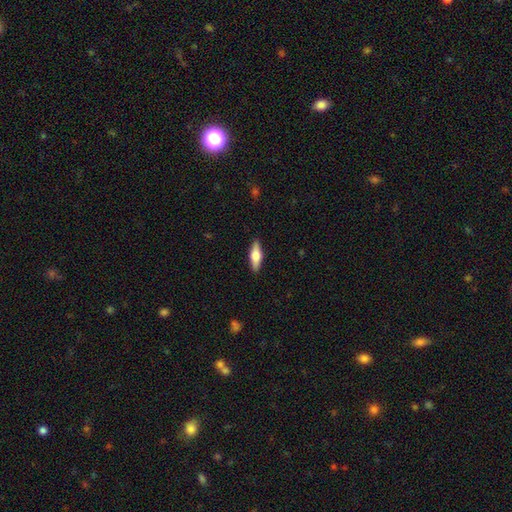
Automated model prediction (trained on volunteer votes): This is possibly a smooth galaxy (55%). How rounded: possibly in between (51%). Merging: clearly none (89%).